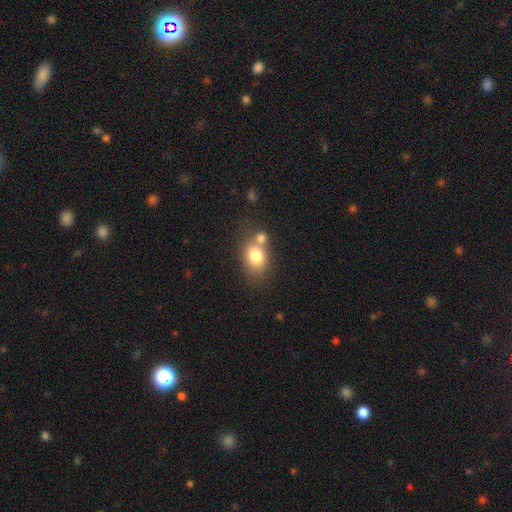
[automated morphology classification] This appears to be a smooth galaxy with no disk features (78%) that is in between round and cigar-shaped (57%). Merging: none (48%).